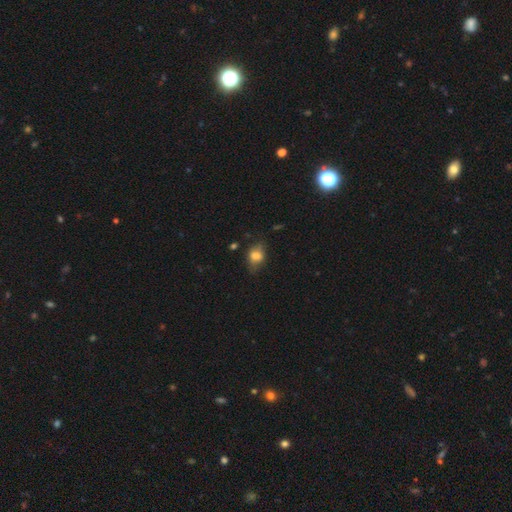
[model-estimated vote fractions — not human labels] Q: Smooth or featured?
A: smooth (72%); runner-up: featured or disk (18%)
Q: How rounded?
A: in between (70%); runner-up: round (28%)
Q: Merging?
A: none (60%); runner-up: minor disturbance (27%)